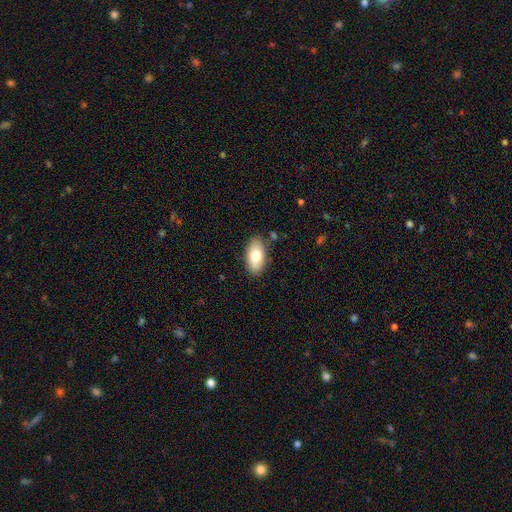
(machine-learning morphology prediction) Smooth or featured: smooth — 74% (featured or disk — 19%)
How rounded: in between — 92% (round — 4%)
Merging: none — 84% (minor disturbance — 12%)